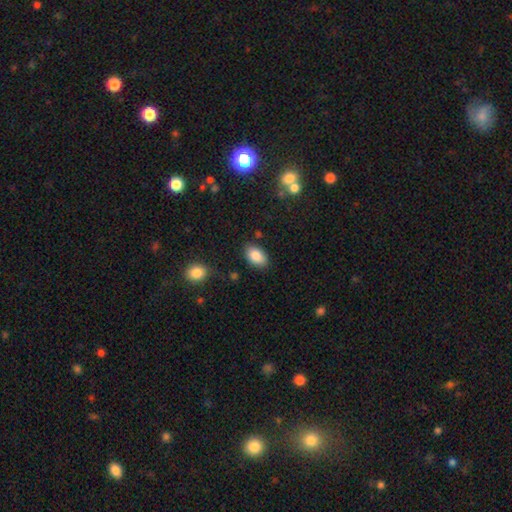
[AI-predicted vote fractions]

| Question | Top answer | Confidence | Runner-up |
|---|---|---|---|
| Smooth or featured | smooth | 87% | star or artifact (7%) |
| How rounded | in between | 92% | round (6%) |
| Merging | none | 83% | minor disturbance (12%) |